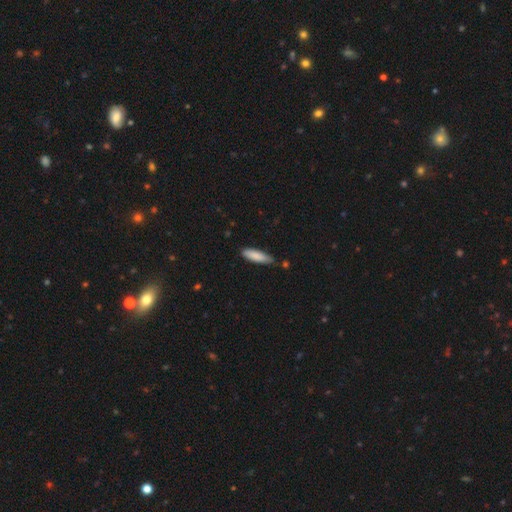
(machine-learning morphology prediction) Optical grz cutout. It shows a smooth galaxy with no disk features (85%) that is cigar-shaped (63%). Merging: none (77%).